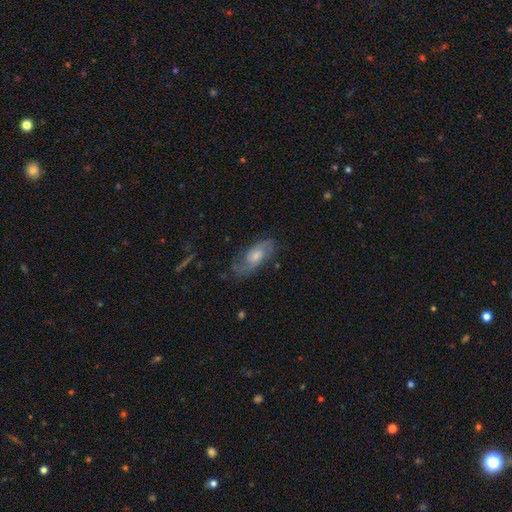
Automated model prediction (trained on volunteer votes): Smooth or featured? Predicted: featured or disk (p=0.68). Edge-on disk? Predicted: no (p=0.90). Bar? Predicted: no (p=0.64). Spiral arms? Predicted: yes (p=0.89). Spiral winding? Predicted: medium (p=0.46). Spiral arm count? Predicted: 2 (p=0.70). Bulge size? Predicted: moderate (p=0.55). Merging? Predicted: none (p=0.69).